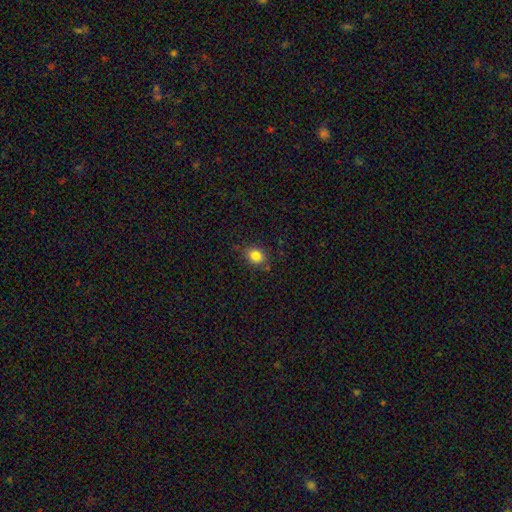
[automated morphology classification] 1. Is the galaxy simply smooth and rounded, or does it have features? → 83% smooth, 11% star or artifact, 7% featured or disk.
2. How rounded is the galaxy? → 54% in between, 45% round, 1% cigar-shaped.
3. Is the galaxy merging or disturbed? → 79% none, 15% minor disturbance, 3% major disturbance, 3% merger.